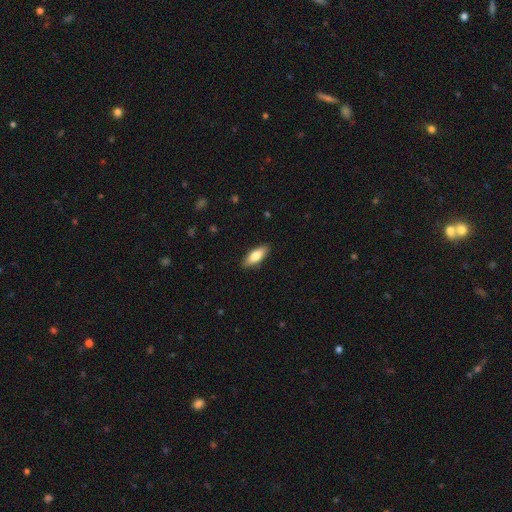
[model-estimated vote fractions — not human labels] A smooth galaxy with no disk features (79%) that is in between round and cigar-shaped (68%).

Vote fractions:
- Smooth or featured? smooth: 79% / featured or disk: 15% / star or artifact: 6%
- How rounded? in between: 68% / cigar-shaped: 30% / round: 2%
- Merging? none: 88% / minor disturbance: 9% / major disturbance: 2% / merger: 1%